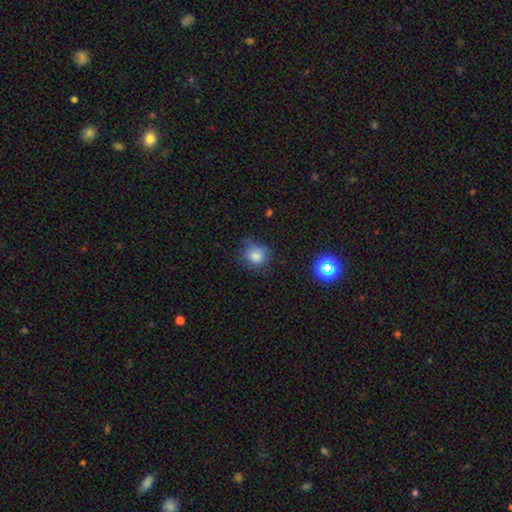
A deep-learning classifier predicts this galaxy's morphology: Smooth or featured? Predicted: smooth (p=0.80). How rounded? Predicted: round (p=0.85). Merging? Predicted: none (p=0.72).